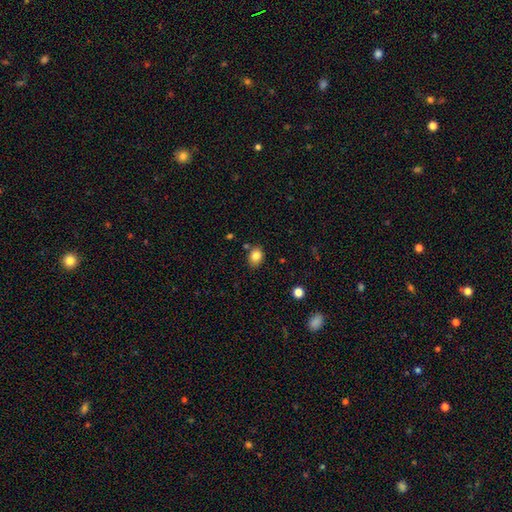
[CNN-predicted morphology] This appears to be a smooth galaxy with no disk features (84%) that is in between round and cigar-shaped (56%). Merging: none (79%).